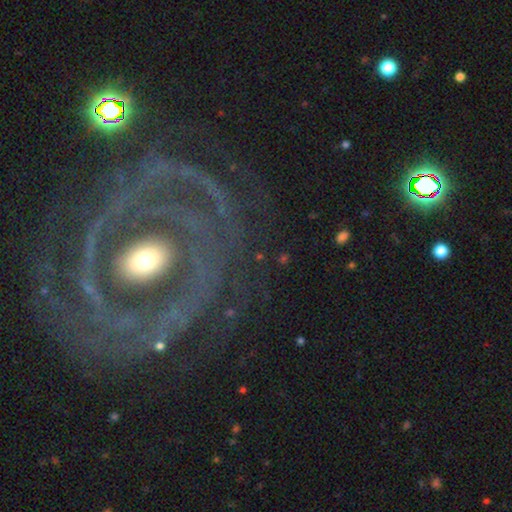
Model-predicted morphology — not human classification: This is clearly a featured or disk galaxy (86%). It is clearly not viewed edge-on (95%). Bar: possibly no (54%). Spiral arm pattern: clearly yes (81%). Spiral arm count: marginally 2 (31%). Spiral winding: likely tight (73%). Central bulge: likely moderate (62%). Merging: likely none (76%).